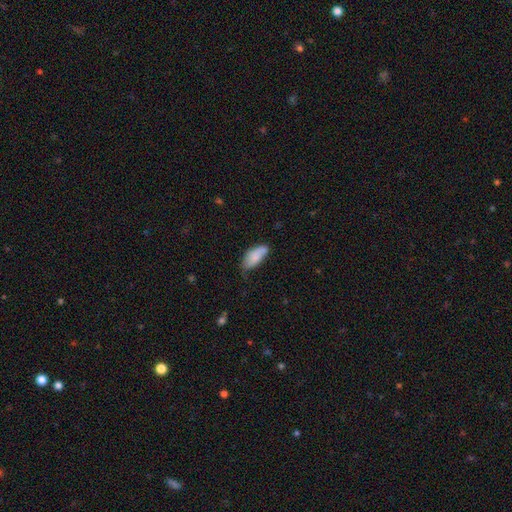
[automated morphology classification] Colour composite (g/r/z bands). It shows a smooth galaxy with no disk features (77%) that is in between round and cigar-shaped (85%). Merging: none (47%).